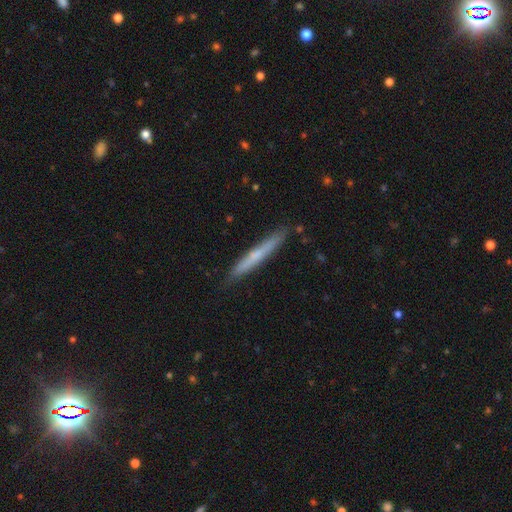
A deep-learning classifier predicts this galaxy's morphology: Smooth or featured? Predicted: smooth (p=0.51). How rounded? Predicted: cigar-shaped (p=0.96). Merging? Predicted: none (p=0.87).